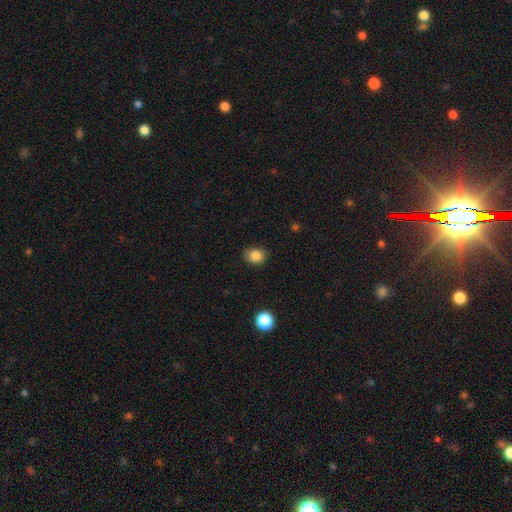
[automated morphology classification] Q: Smooth or featured?
A: smooth (85%); runner-up: star or artifact (10%)
Q: How rounded?
A: round (52%); runner-up: in between (47%)
Q: Merging?
A: none (80%); runner-up: minor disturbance (16%)